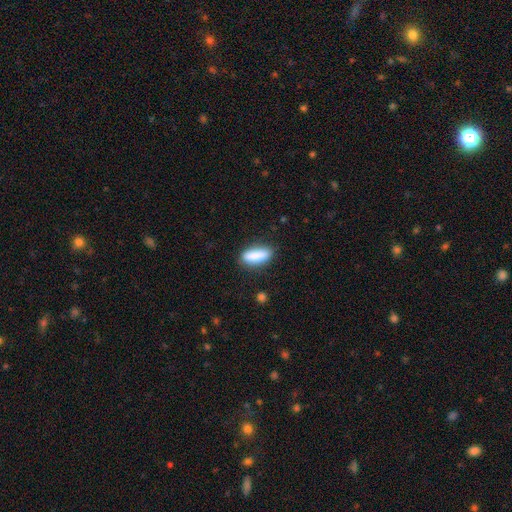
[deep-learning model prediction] A smooth galaxy with no disk features (86%) that is in between round and cigar-shaped (59%). Merging: none (82%).